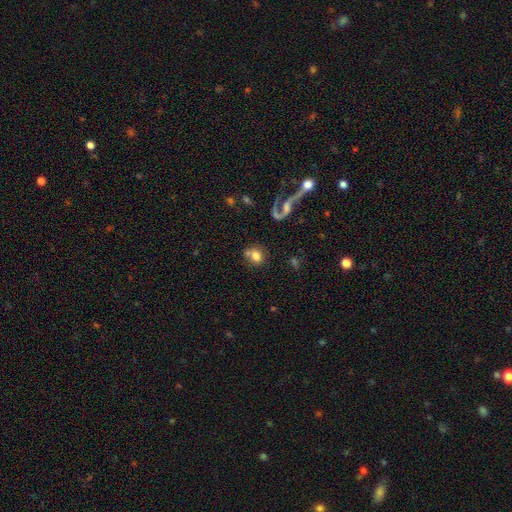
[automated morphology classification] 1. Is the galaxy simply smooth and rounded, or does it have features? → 72% smooth, 18% featured or disk, 10% star or artifact.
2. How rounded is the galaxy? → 56% round, 42% in between, 2% cigar-shaped.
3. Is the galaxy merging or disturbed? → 50% none, 27% merger, 14% minor disturbance, 9% major disturbance.